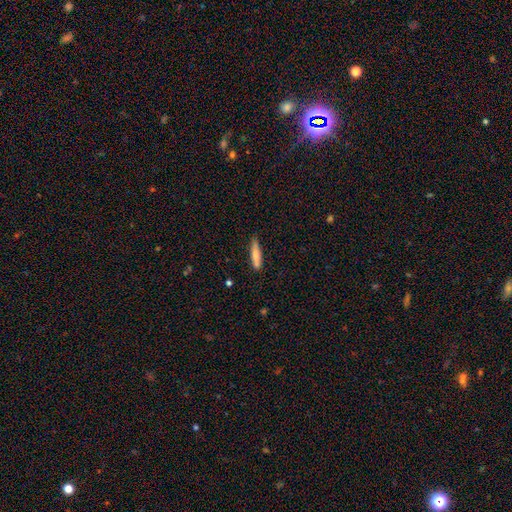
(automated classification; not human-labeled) This is likely a smooth galaxy (77%). How rounded: clearly cigar-shaped (82%). Merging: likely none (71%).